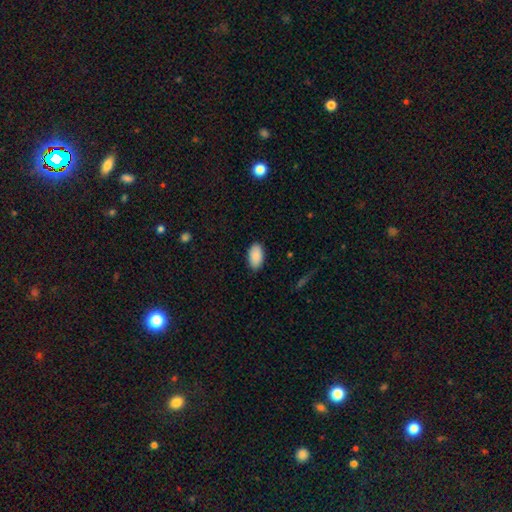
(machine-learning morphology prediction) smooth 90%, star or artifact 6%, featured or disk 4%. Down the decision tree: how rounded — in between (95%); merging — none (87%).